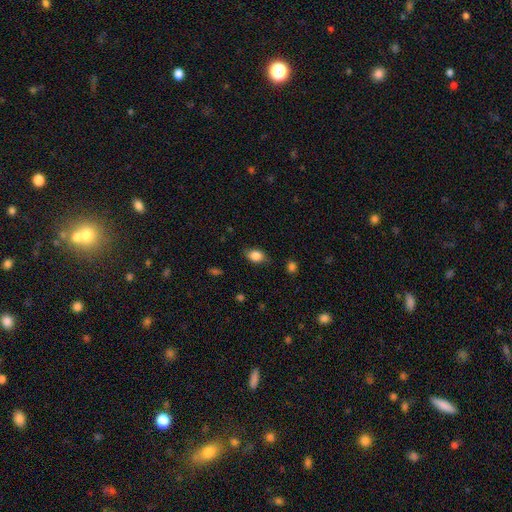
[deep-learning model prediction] Smooth or featured: smooth — 84% (star or artifact — 8%)
How rounded: in between — 80% (round — 18%)
Merging: none — 79% (minor disturbance — 16%)